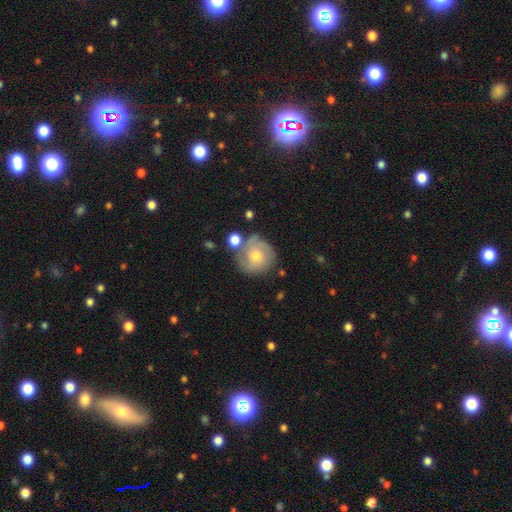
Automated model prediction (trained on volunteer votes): Morphology: type=featured or disk (66%); edge-on=no (98%); bar=no (75%); spiral arms=yes (89%); winding=tight (54%); arm count=2 (33%); bulge=moderate (56%); merging=none (66%).